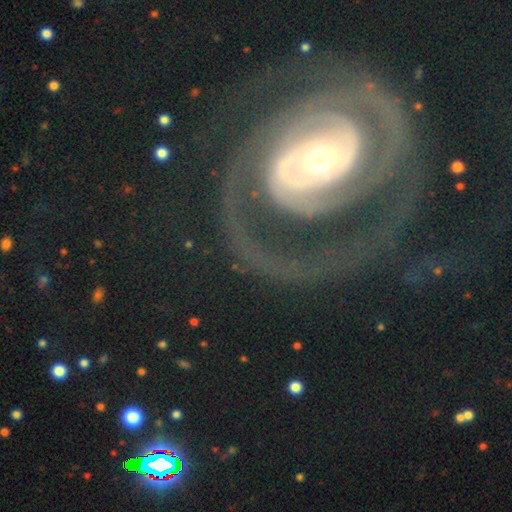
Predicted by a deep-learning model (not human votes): Smooth or featured? Predicted: featured or disk (p=0.88). Edge-on disk? Predicted: no (p=0.97). Bar? Predicted: no (p=0.50). Spiral arms? Predicted: yes (p=0.95). Spiral winding? Predicted: tight (p=0.54). Spiral arm count? Predicted: 2 (p=0.64). Bulge size? Predicted: moderate (p=0.55). Merging? Predicted: none (p=0.61).